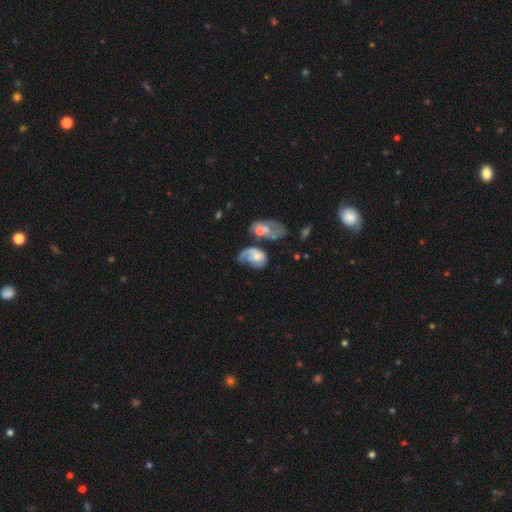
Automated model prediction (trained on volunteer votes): Overall: featured or disk (60%; smooth 33%). Edge-on disk: no (96%). Bar: no (76%). Spiral arms: yes (79%). Bulge size: moderate (37%; small 35%). Merging: major disturbance (34%; merger 25%).